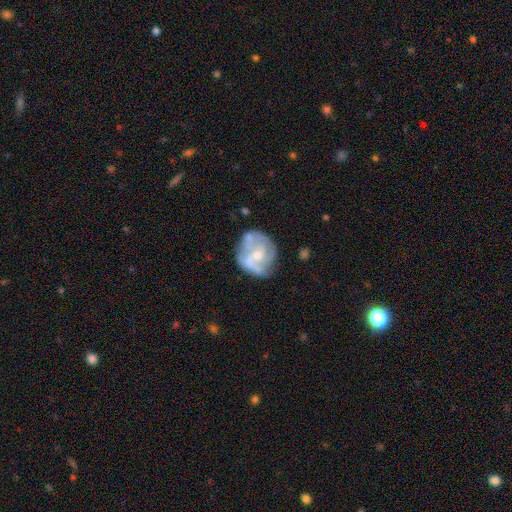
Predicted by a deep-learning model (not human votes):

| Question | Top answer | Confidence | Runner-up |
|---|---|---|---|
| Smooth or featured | featured or disk | 74% | smooth (20%) |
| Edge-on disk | no | 98% | yes (2%) |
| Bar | no | 67% | weak (28%) |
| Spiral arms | yes | 75% | no (25%) |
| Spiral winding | medium | 42% | tight (40%) |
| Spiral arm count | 2 | 32% | can't tell (30%) |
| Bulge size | small | 50% | moderate (42%) |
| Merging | none | 55% | minor disturbance (23%) |